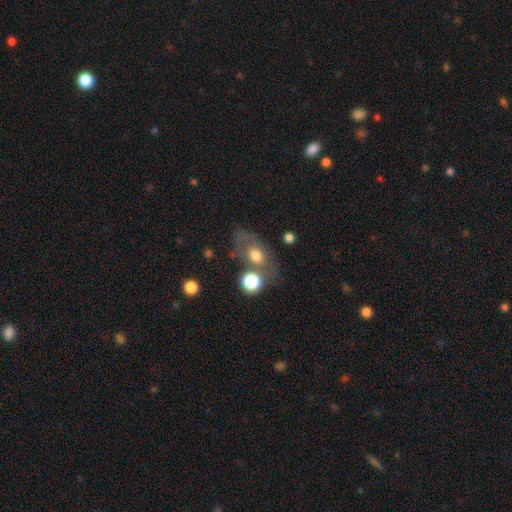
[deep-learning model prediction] A smooth galaxy with no disk features (65%) that is in between round and cigar-shaped (65%).

Vote fractions:
- Smooth or featured? smooth: 65% / featured or disk: 25% / star or artifact: 10%
- How rounded? in between: 65% / round: 32% / cigar-shaped: 3%
- Merging? none: 44% / merger: 27% / minor disturbance: 16% / major disturbance: 13%